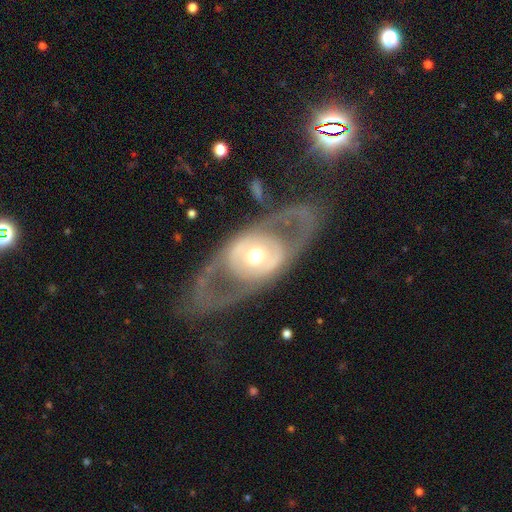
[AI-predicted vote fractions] Smooth or featured: featured or disk — 70% (smooth — 25%)
Edge-on disk: no — 88% (yes — 12%)
Bar: no — 83% (weak — 12%)
Spiral arms: no — 76% (yes — 24%)
Bulge size: moderate — 66% (large — 20%)
Merging: none — 69% (major disturbance — 15%)